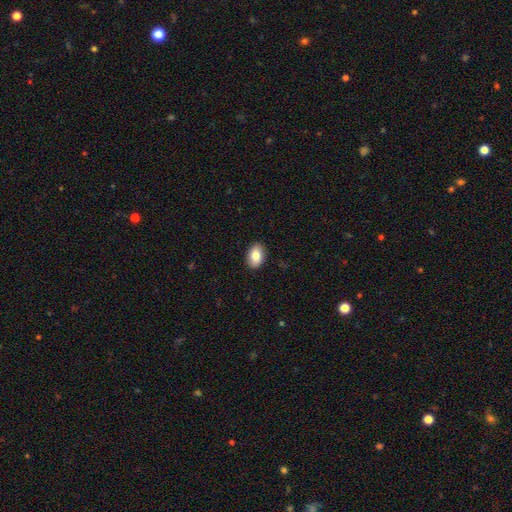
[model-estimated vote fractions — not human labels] Smooth or featured? smooth (83%)
How rounded? in between (89%)
Merging? none (90%)